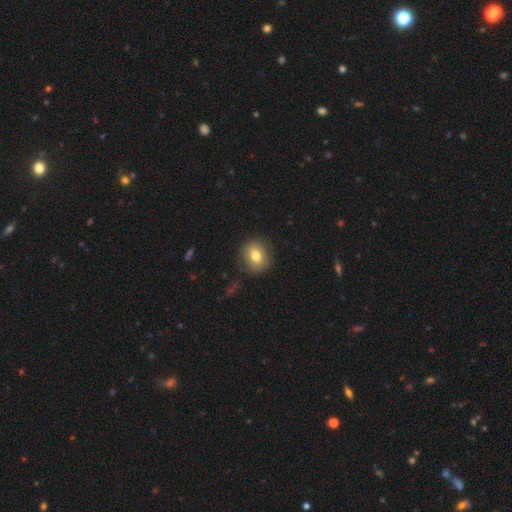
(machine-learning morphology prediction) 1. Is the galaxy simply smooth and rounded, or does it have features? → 75% smooth, 16% featured or disk, 9% star or artifact.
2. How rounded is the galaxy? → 75% round, 24% in between, 1% cigar-shaped.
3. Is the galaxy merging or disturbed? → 83% none, 12% minor disturbance, 4% major disturbance, 1% merger.